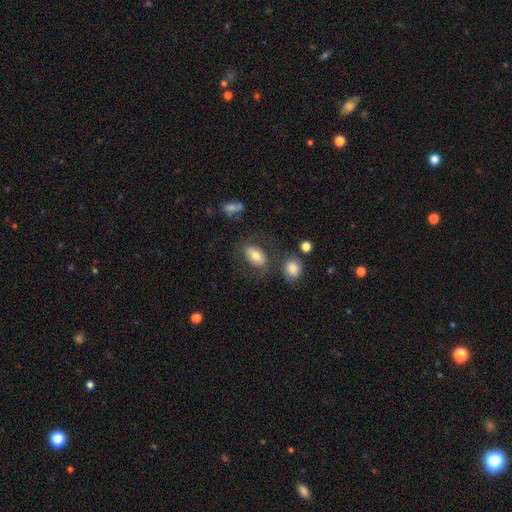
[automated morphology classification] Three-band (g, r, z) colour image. It shows a smooth galaxy with no disk features (67%) that is in between round and cigar-shaped (83%). Merging: none (63%).